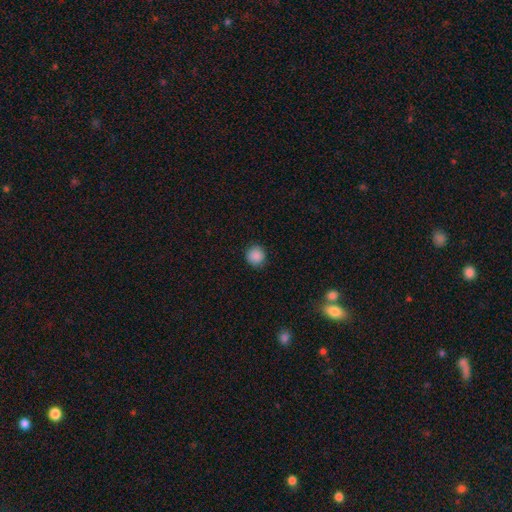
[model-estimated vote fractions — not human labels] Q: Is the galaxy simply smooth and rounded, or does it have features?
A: smooth — 88%.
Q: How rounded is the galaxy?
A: round — 93%.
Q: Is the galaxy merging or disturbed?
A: none — 90%.